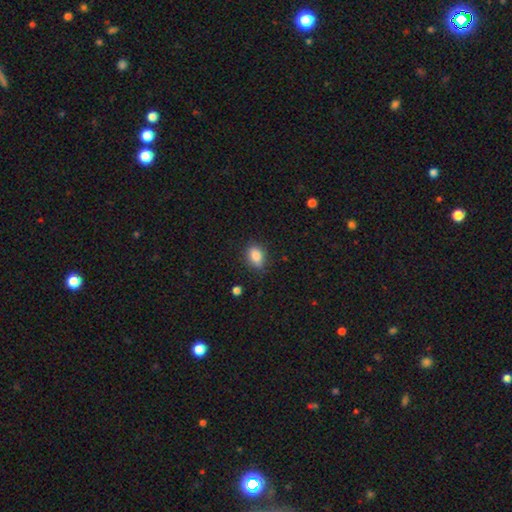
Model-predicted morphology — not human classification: This appears to be a smooth galaxy with no disk features (87%) that is in between round and cigar-shaped (80%). Merging: none (80%).